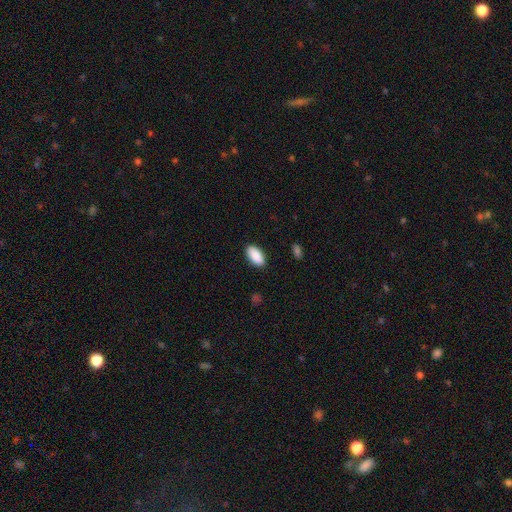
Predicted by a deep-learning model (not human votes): This appears to be a smooth galaxy with no disk features (90%) that is in between round and cigar-shaped (94%). Merging: none (89%).